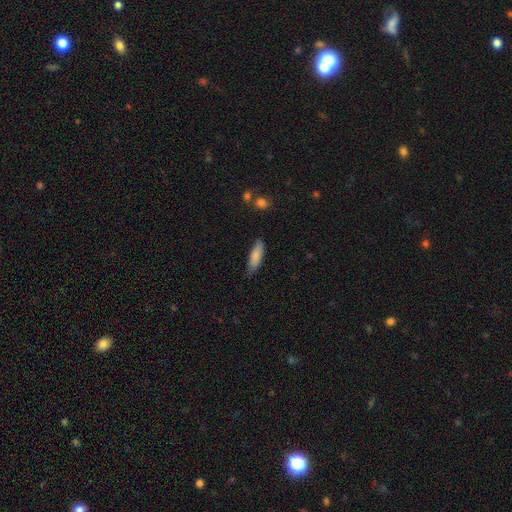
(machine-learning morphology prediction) smooth 84%, featured or disk 10%, star or artifact 6%. Down the decision tree: how rounded — cigar-shaped (53%); merging — none (74%).